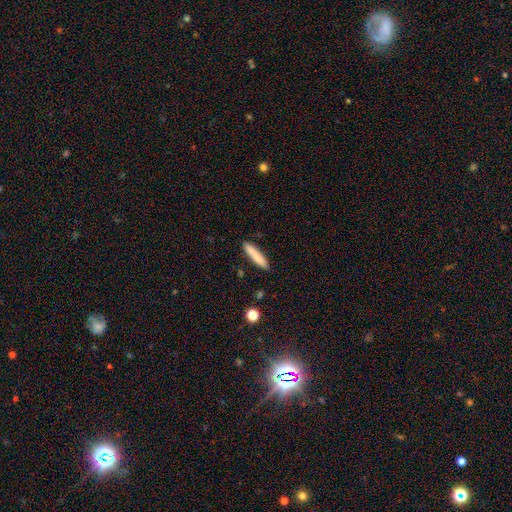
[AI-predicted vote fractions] This is clearly a smooth galaxy (81%). How rounded: clearly cigar-shaped (86%). Merging: clearly none (86%).